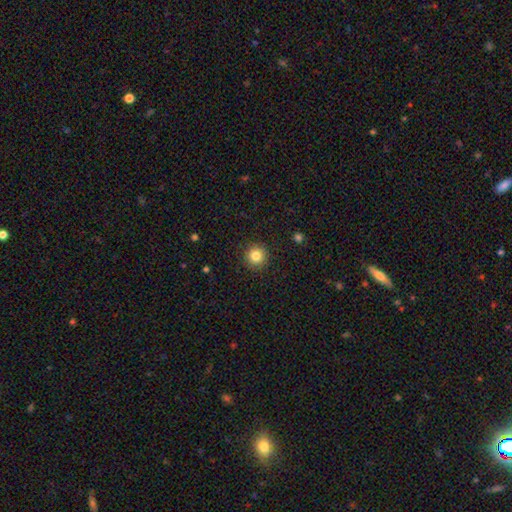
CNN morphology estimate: This appears to be a smooth galaxy with no disk features (83%) that is round (95%). Merging: none (92%).